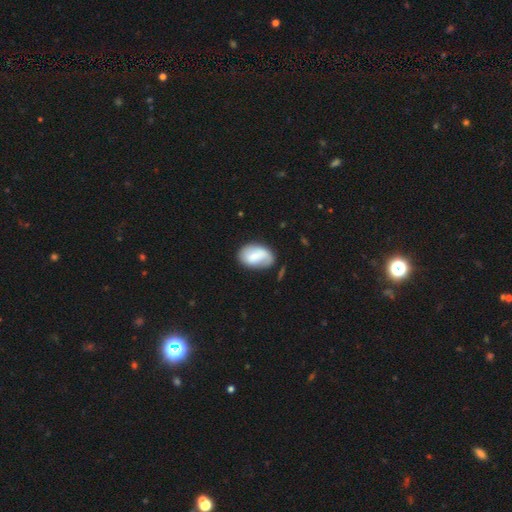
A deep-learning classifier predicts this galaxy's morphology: This appears to be a smooth galaxy with no disk features (61%) that is in between round and cigar-shaped (86%). Merging: none (60%).